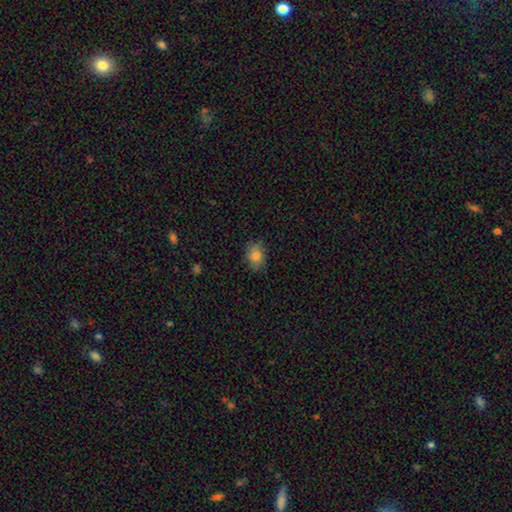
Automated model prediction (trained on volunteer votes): Q: Smooth or featured?
A: smooth (82%); runner-up: star or artifact (10%)
Q: How rounded?
A: in between (64%); runner-up: round (35%)
Q: Merging?
A: none (79%); runner-up: minor disturbance (16%)